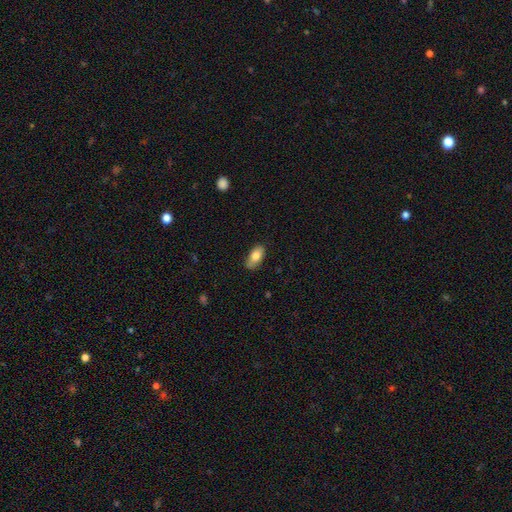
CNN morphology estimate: This appears to be a smooth galaxy with no disk features (78%) that is in between round and cigar-shaped (89%). Merging: none (79%).